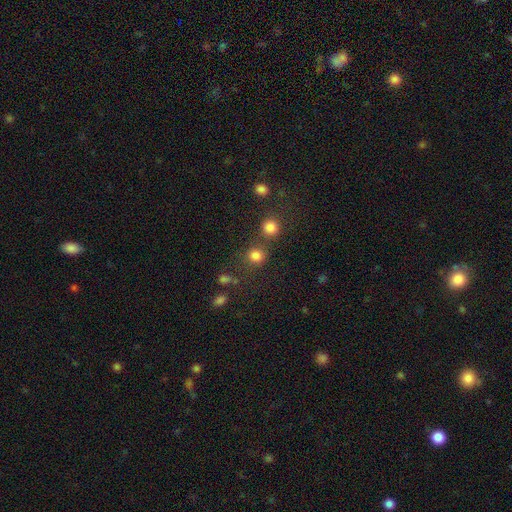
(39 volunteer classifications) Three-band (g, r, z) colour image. It shows a smooth galaxy with no disk features (79%) that is round (77%). Merging: none (67%).